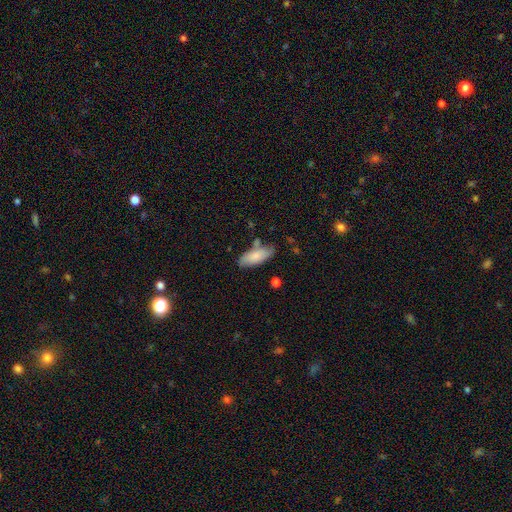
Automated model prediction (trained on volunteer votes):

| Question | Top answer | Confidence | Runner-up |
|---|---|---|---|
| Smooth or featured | smooth | 80% | featured or disk (14%) |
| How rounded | in between | 78% | cigar-shaped (20%) |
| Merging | none | 68% | minor disturbance (20%) |